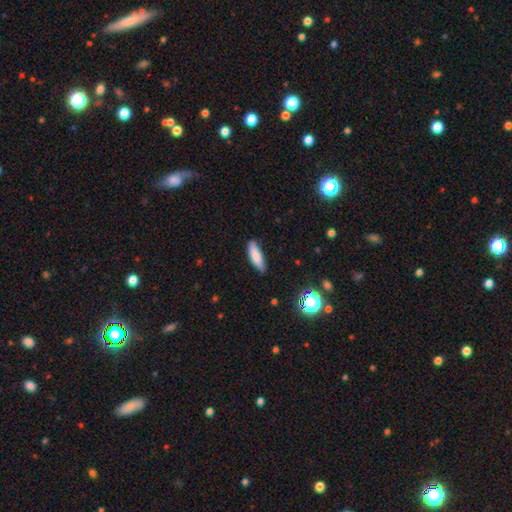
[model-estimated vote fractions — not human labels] A smooth galaxy with no disk features (84%) that is in between round and cigar-shaped (52%).

Vote fractions:
- Smooth or featured? smooth: 84% / featured or disk: 9% / star or artifact: 7%
- How rounded? in between: 52% / cigar-shaped: 47% / round: 2%
- Merging? none: 81% / minor disturbance: 16% / major disturbance: 2% / merger: 1%